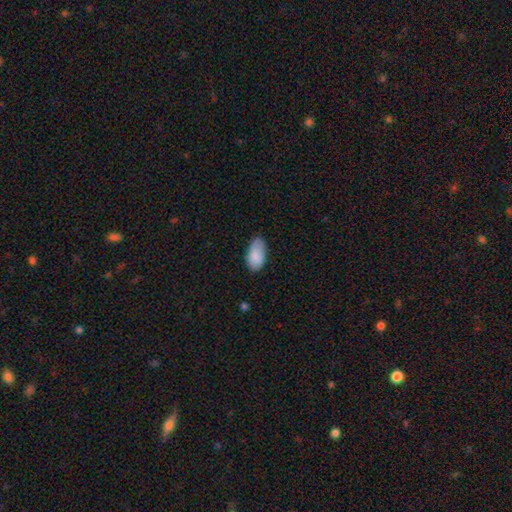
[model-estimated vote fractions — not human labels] A smooth galaxy with no disk features (87%) that is in between round and cigar-shaped (95%). Merging: none (72%).